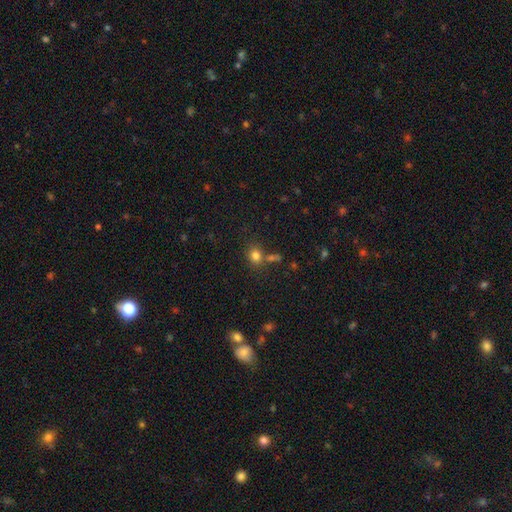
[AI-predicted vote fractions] Smooth or featured?
  - smooth: 79% *
  - star or artifact: 14%
  - featured or disk: 7%
How rounded?
  - round: 61% *
  - in between: 38%
  - cigar-shaped: 1%
Merging?
  - none: 64% *
  - merger: 18%
  - minor disturbance: 13%
  - major disturbance: 5%